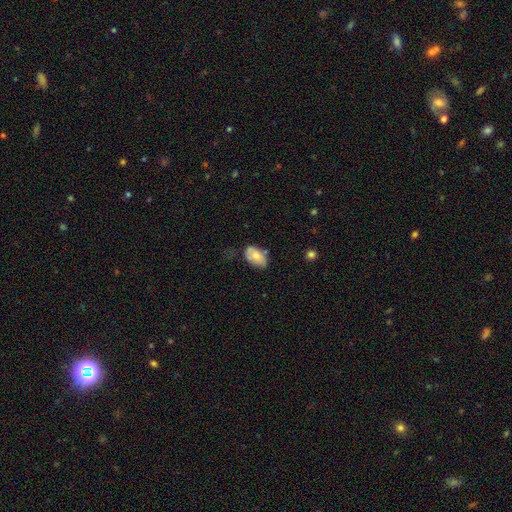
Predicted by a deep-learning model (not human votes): Q: Smooth or featured?
A: smooth (71%); runner-up: featured or disk (22%)
Q: How rounded?
A: in between (91%); runner-up: round (7%)
Q: Merging?
A: none (56%); runner-up: minor disturbance (32%)